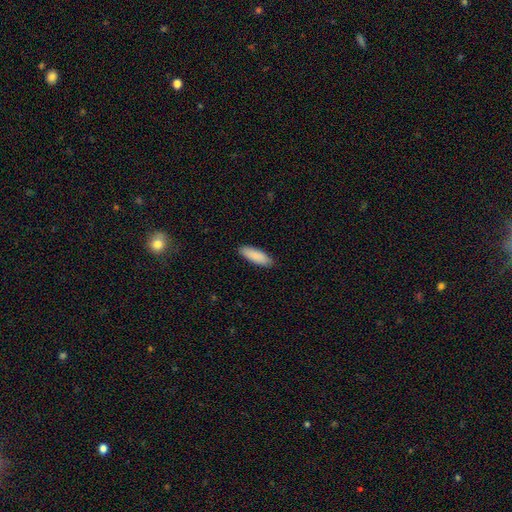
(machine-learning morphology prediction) smooth-or-featured: smooth: 90% | star or artifact: 5% | featured or disk: 5%
  how-rounded: in between: 59% | cigar-shaped: 40% | round: 1%
  merging: none: 88% | minor disturbance: 9% | major disturbance: 2% | merger: 1%